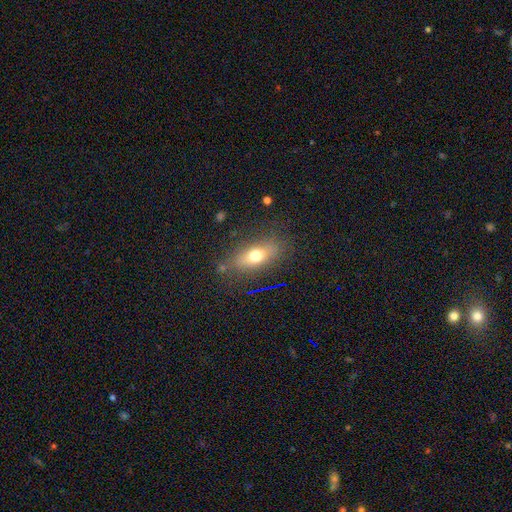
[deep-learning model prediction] Overall: smooth (65%). How rounded: in between (72%). Merging: none (80%).